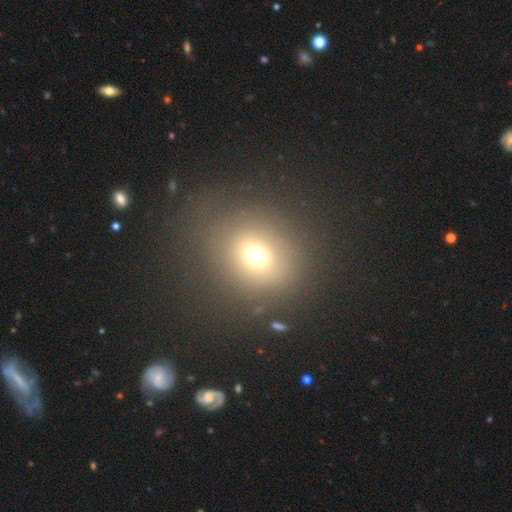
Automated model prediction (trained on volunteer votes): Q: Smooth or featured?
A: smooth (66%); runner-up: star or artifact (20%)
Q: How rounded?
A: round (73%); runner-up: in between (26%)
Q: Merging?
A: none (78%); runner-up: minor disturbance (12%)